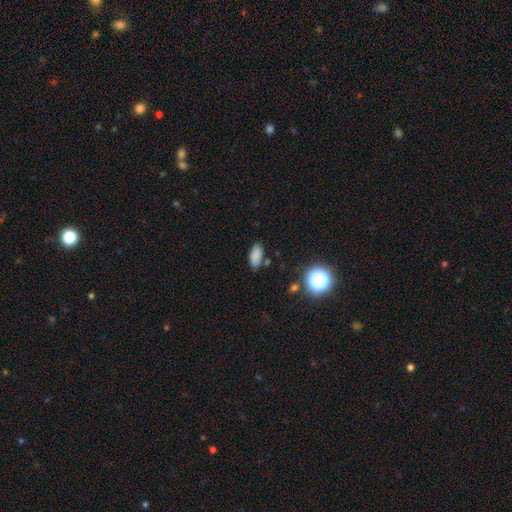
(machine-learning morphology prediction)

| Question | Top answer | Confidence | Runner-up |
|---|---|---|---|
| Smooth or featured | smooth | 79% | star or artifact (13%) |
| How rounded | in between | 89% | round (6%) |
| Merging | none | 75% | minor disturbance (17%) |